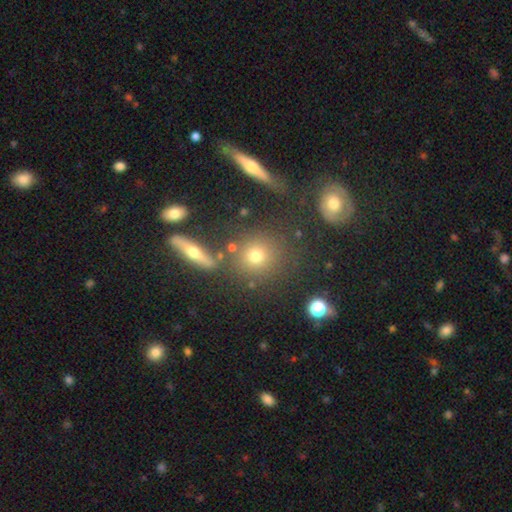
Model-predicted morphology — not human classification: Smooth or featured: smooth — 66% (featured or disk — 18%)
How rounded: round — 81% (in between — 16%)
Merging: none — 76% (minor disturbance — 10%)